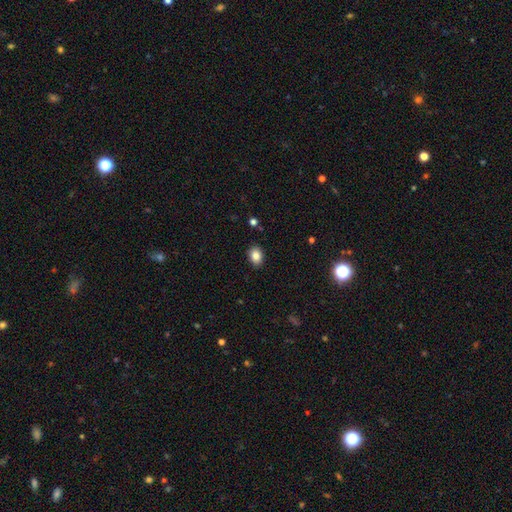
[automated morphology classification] Q: Smooth or featured?
A: smooth (85%); runner-up: star or artifact (9%)
Q: How rounded?
A: in between (72%); runner-up: round (27%)
Q: Merging?
A: none (88%); runner-up: minor disturbance (9%)